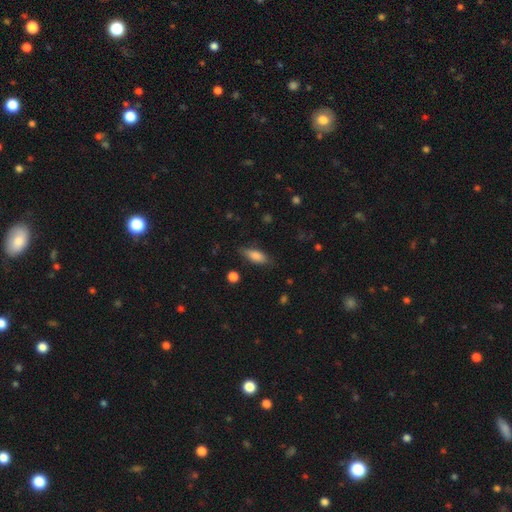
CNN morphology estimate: smooth-or-featured: smooth: 79% | featured or disk: 13% | star or artifact: 7%
  how-rounded: in between: 72% | cigar-shaped: 26% | round: 3%
  merging: none: 78% | minor disturbance: 16% | major disturbance: 4% | merger: 2%